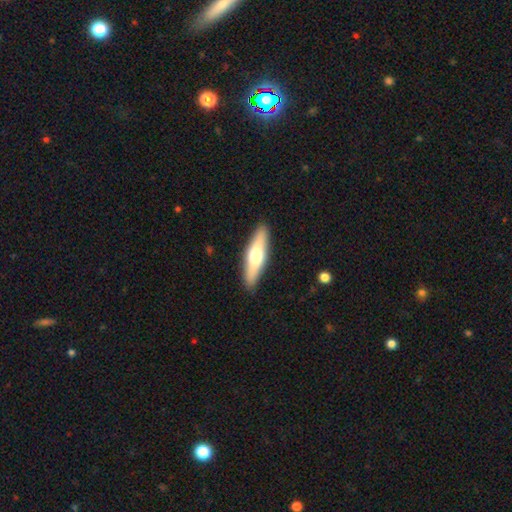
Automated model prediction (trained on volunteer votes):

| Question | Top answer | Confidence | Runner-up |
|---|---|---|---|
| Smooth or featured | smooth | 53% | featured or disk (42%) |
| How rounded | cigar-shaped | 70% | in between (28%) |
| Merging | none | 89% | minor disturbance (8%) |